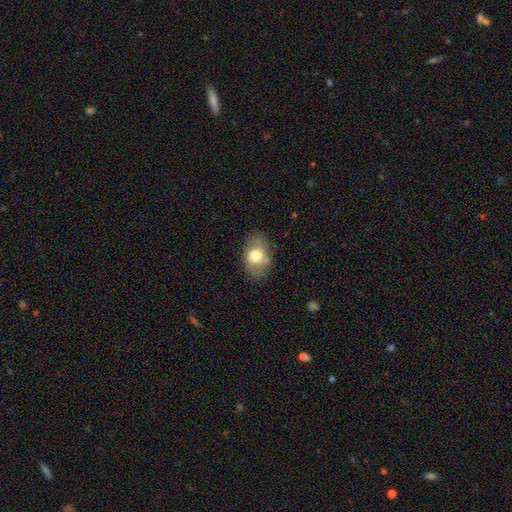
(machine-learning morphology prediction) The model was most divided on "smooth or featured": smooth: 68%, featured or disk: 25%, star or artifact: 7%. More confident: how rounded — in between (82%); merging — none (74%).